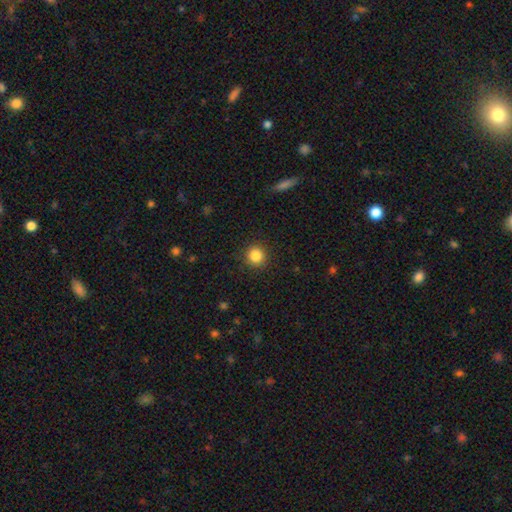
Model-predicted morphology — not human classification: smooth_or_featured: smooth (p=0.85) [alt: star or artifact p=0.11]
how_rounded: round (p=0.93) [alt: in between p=0.06]
merging: none (p=0.91) [alt: minor disturbance p=0.06]